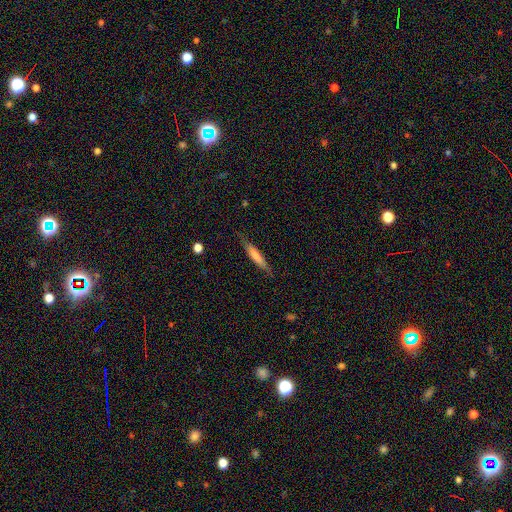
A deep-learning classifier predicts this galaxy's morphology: This appears to be a smooth galaxy with no disk features (65%) that is cigar-shaped (90%). Merging: none (80%).